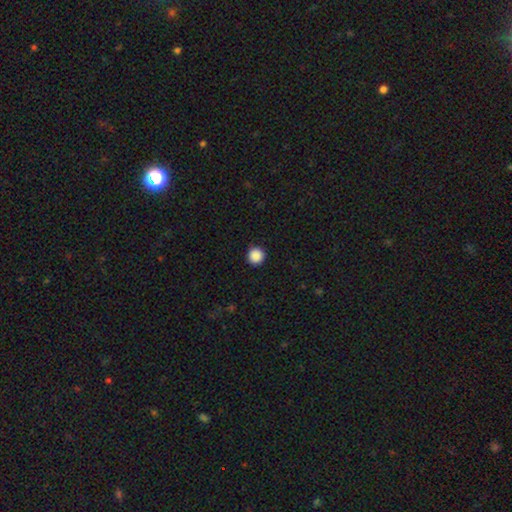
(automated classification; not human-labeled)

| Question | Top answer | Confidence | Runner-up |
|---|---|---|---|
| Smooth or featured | smooth | 88% | star or artifact (9%) |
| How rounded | round | 96% | in between (3%) |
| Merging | none | 93% | minor disturbance (5%) |